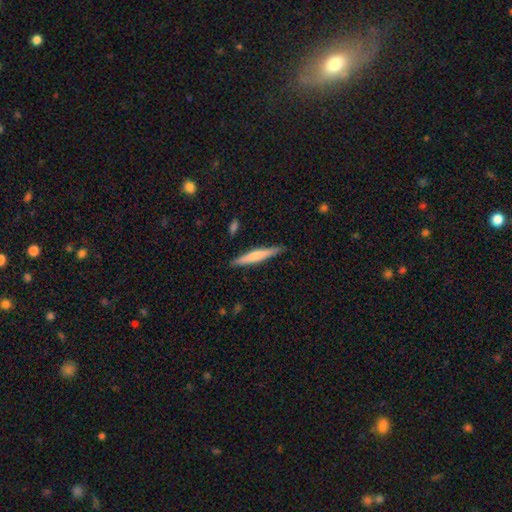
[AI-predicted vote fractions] A smooth galaxy with no disk features (58%) that is cigar-shaped (94%).

Vote fractions:
- Smooth or featured? smooth: 58% / featured or disk: 37% / star or artifact: 5%
- How rounded? cigar-shaped: 94% / in between: 5% / round: 1%
- Merging? none: 88% / minor disturbance: 9% / major disturbance: 2% / merger: 1%